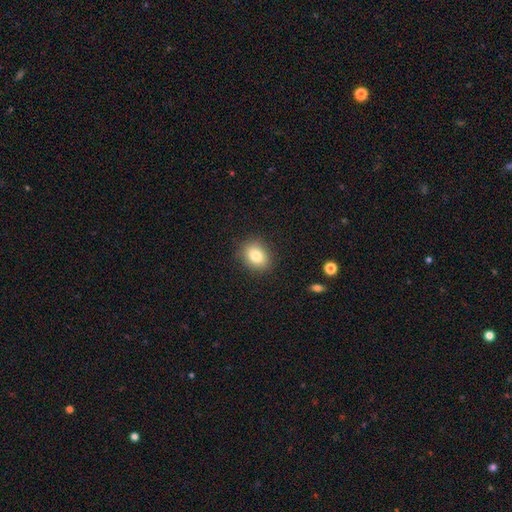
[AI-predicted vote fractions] This appears to be a smooth galaxy with no disk features (81%) that is in between round and cigar-shaped (55%). Merging: none (87%).